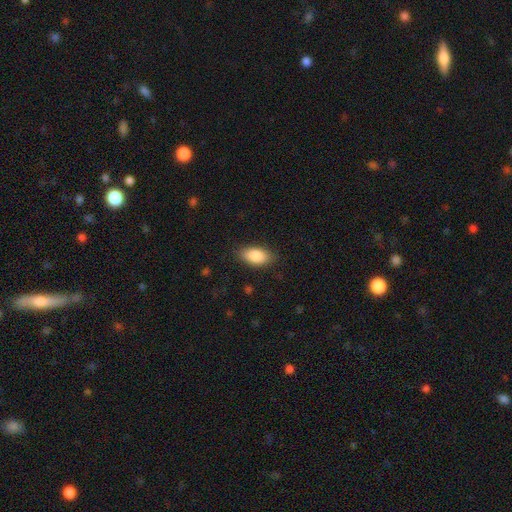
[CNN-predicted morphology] A smooth galaxy with no disk features (87%) that is in between round and cigar-shaped (92%).

Vote fractions:
- Smooth or featured? smooth: 87% / star or artifact: 7% / featured or disk: 6%
- How rounded? in between: 92% / cigar-shaped: 4% / round: 4%
- Merging? none: 84% / minor disturbance: 12% / major disturbance: 3% / merger: 1%